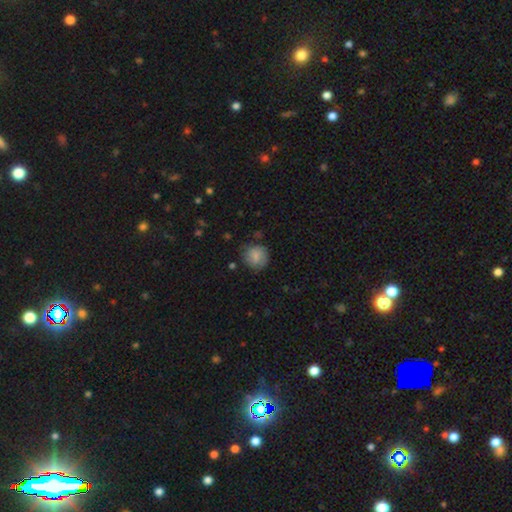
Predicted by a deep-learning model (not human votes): smooth 78%, featured or disk 13%, star or artifact 8%. Down the decision tree: how rounded — round (86%); merging — none (72%).